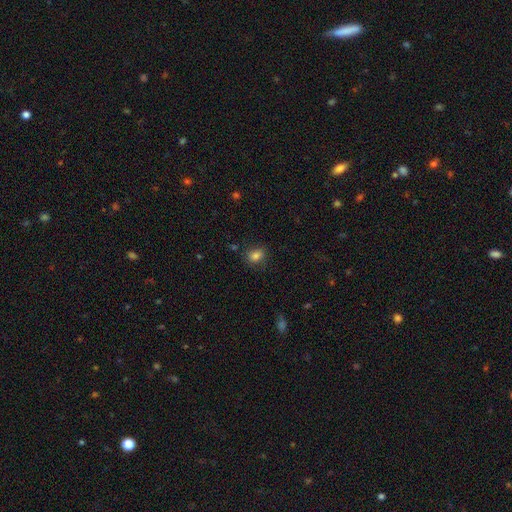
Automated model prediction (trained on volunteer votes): Smooth or featured? smooth (81%)
How rounded? in between (58%)
Merging? none (82%)